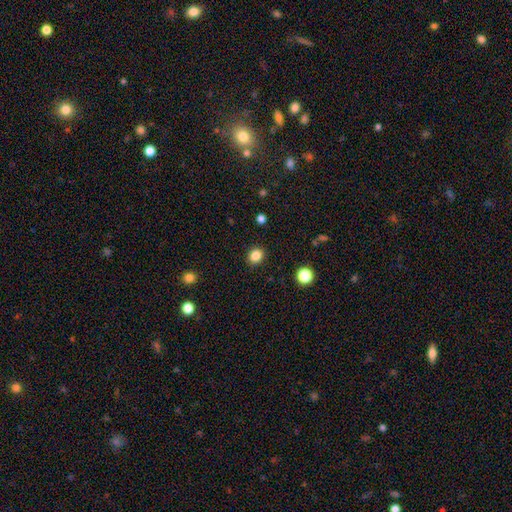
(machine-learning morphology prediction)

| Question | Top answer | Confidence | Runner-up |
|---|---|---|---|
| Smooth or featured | smooth | 84% | star or artifact (12%) |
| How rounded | round | 71% | in between (28%) |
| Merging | none | 90% | minor disturbance (6%) |